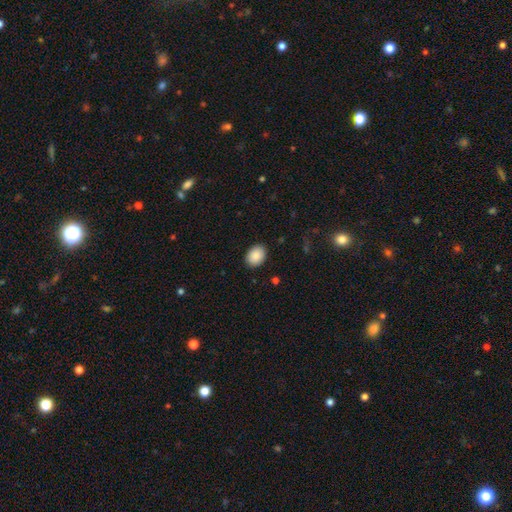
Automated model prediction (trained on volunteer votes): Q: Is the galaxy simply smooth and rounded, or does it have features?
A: smooth — 89%.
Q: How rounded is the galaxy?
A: in between — 67%.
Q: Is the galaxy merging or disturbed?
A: none — 90%.